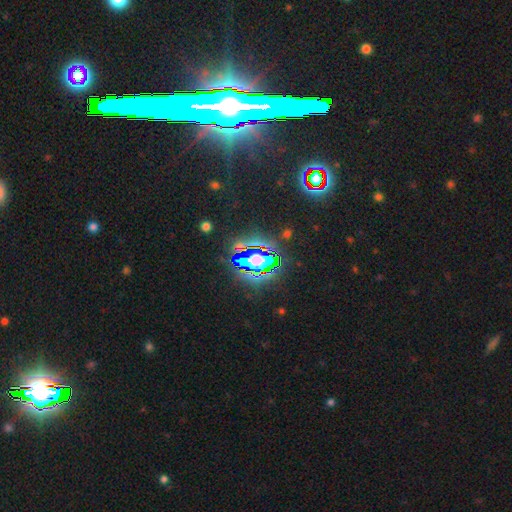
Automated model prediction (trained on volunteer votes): A star or artifact, not a galaxy (77%).

Vote fractions:
- Smooth or featured? star or artifact: 77% / featured or disk: 13% / smooth: 10%